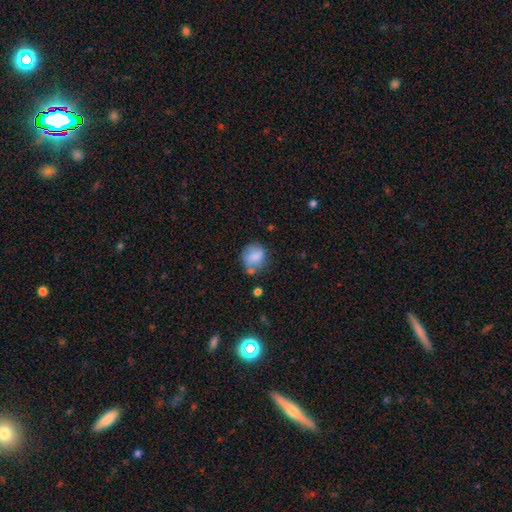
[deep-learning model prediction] smooth-or-featured: smooth: 75% | featured or disk: 16% | star or artifact: 9%
  how-rounded: round: 72% | in between: 27% | cigar-shaped: 1%
  merging: none: 54% | minor disturbance: 26% | major disturbance: 10% | merger: 10%